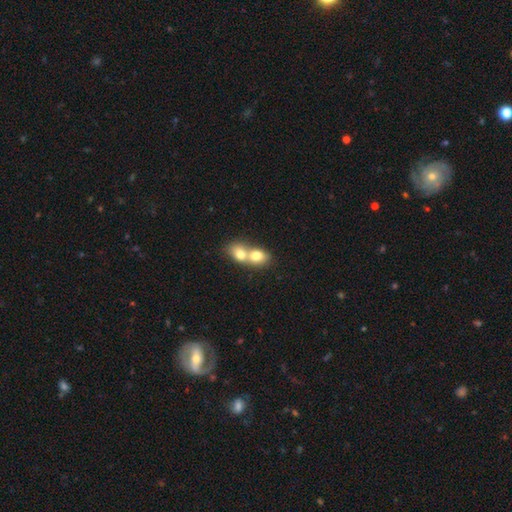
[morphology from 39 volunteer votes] Smooth or featured?
  - smooth: 79% *
  - featured or disk: 15%
  - star or artifact: 5%
How rounded?
  - in between: 74% *
  - round: 23%
  - cigar-shaped: 3%
Merging?
  - merger: 92% *
  - minor disturbance: 5%
  - major disturbance: 3%
  - none: 0%